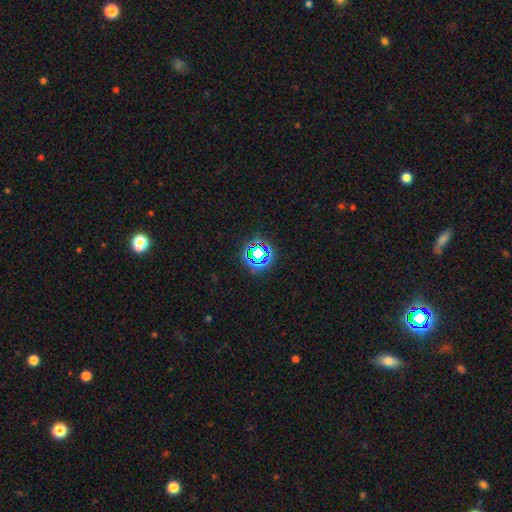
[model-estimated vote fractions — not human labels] Morphology: type=star or artifact (72%).